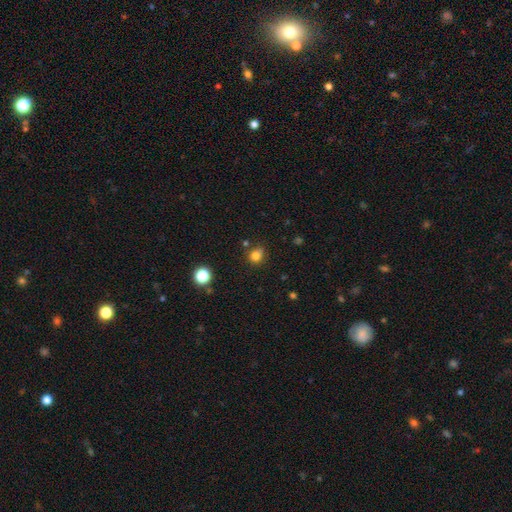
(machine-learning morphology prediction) Smooth or featured?
  - smooth: 79% *
  - star or artifact: 14%
  - featured or disk: 6%
How rounded?
  - round: 73% *
  - in between: 26%
  - cigar-shaped: 1%
Merging?
  - none: 69% *
  - minor disturbance: 21%
  - merger: 6%
  - major disturbance: 5%